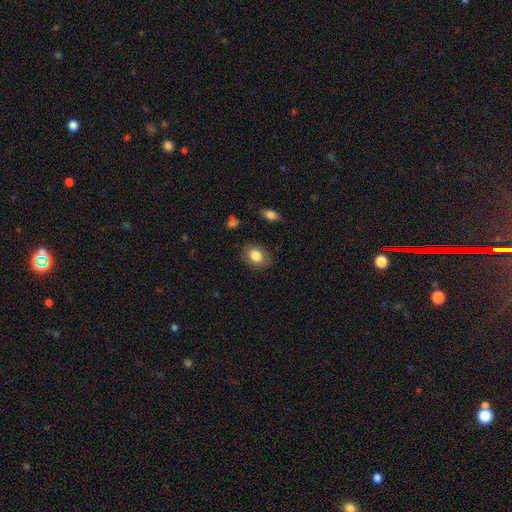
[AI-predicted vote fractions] Smooth or featured?
  - smooth: 83% *
  - featured or disk: 9%
  - star or artifact: 8%
How rounded?
  - in between: 59% *
  - round: 40%
  - cigar-shaped: 1%
Merging?
  - none: 84% *
  - minor disturbance: 11%
  - major disturbance: 3%
  - merger: 1%